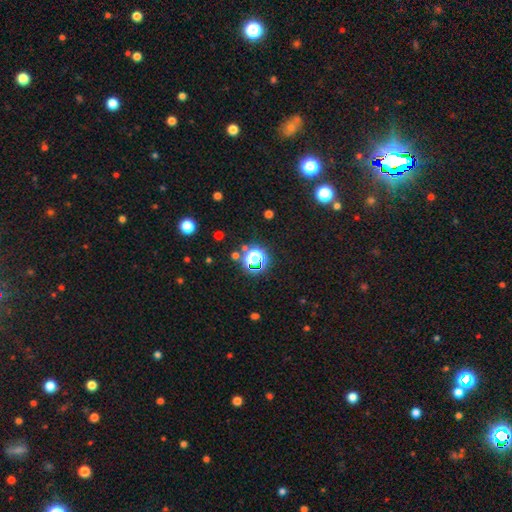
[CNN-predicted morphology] star or artifact 53%, smooth 36%, featured or disk 11%.